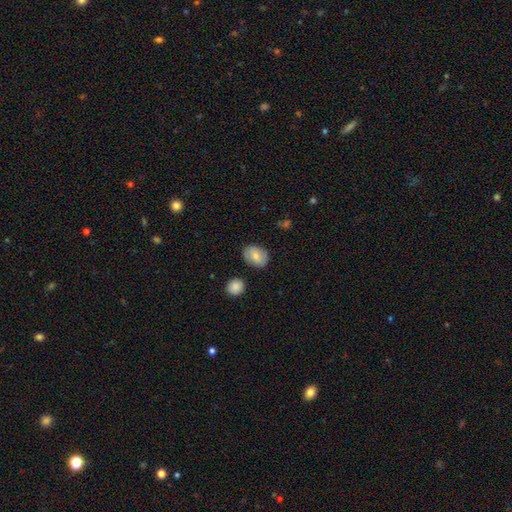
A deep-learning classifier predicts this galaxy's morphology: smooth-or-featured: smooth: 75% | featured or disk: 19% | star or artifact: 7%
  how-rounded: in between: 75% | round: 23% | cigar-shaped: 1%
  merging: none: 81% | minor disturbance: 13% | major disturbance: 3% | merger: 3%